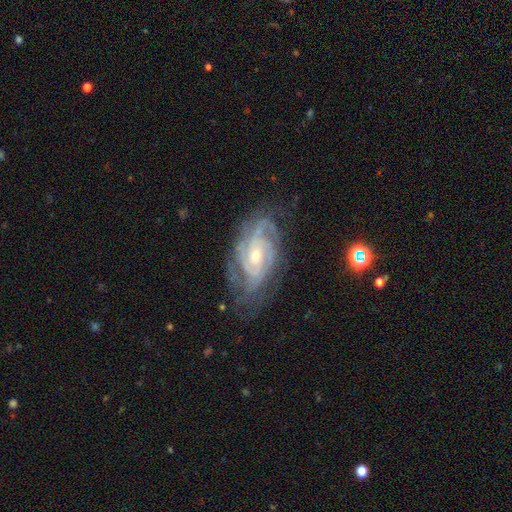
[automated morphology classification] This is clearly a featured or disk galaxy (90%). It is clearly not viewed edge-on (96%). Bar: possibly no (58%). Spiral arm pattern: clearly yes (98%). Spiral arm count: marginally can't tell (25%). Spiral winding: likely tight (68%). Central bulge: possibly small (56%). Merging: likely none (72%).